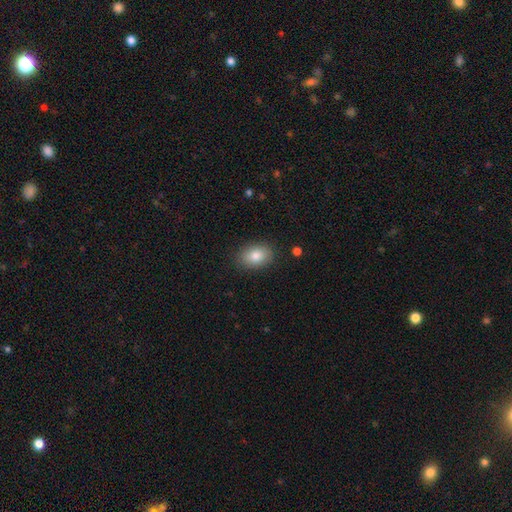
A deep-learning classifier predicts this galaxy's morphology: Overall: smooth (84%). How rounded: in between (82%). Merging: none (87%).